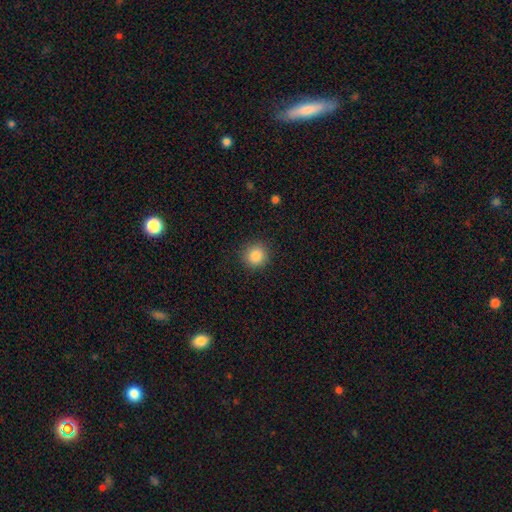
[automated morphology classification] The model was most divided on "smooth or featured": smooth: 86%, star or artifact: 10%, featured or disk: 4%. More confident: how rounded — round (93%); merging — none (90%).